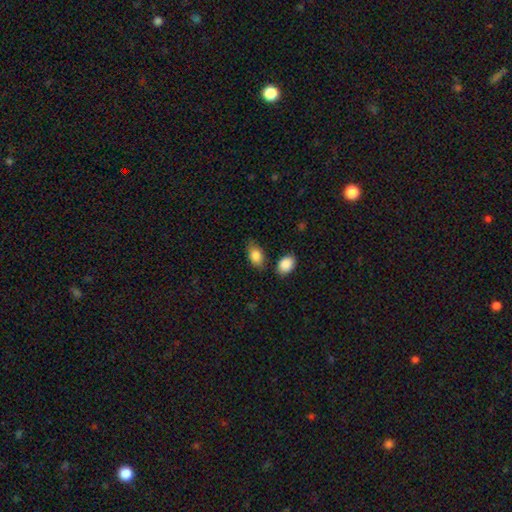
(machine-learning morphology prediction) smooth-or-featured: smooth: 84% | featured or disk: 8% | star or artifact: 7%
  how-rounded: in between: 89% | round: 9% | cigar-shaped: 2%
  merging: none: 71% | minor disturbance: 19% | merger: 7% | major disturbance: 4%